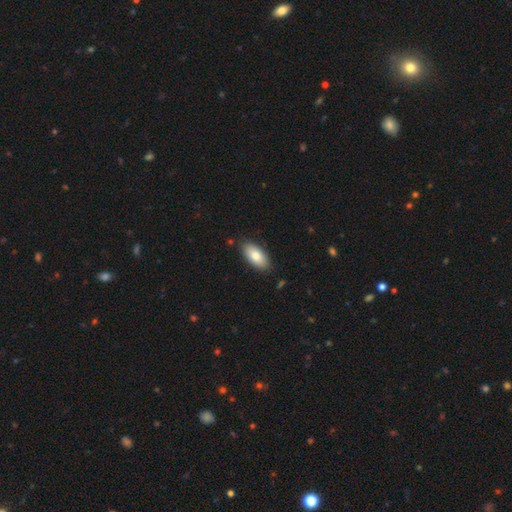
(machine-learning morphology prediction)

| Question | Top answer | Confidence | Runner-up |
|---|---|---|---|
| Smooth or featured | smooth | 79% | featured or disk (15%) |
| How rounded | in between | 91% | cigar-shaped (7%) |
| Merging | none | 85% | minor disturbance (11%) |